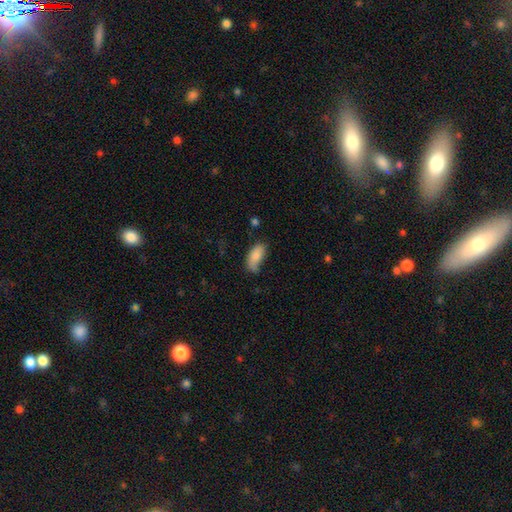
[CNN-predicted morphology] smooth-or-featured: smooth: 83% | featured or disk: 10% | star or artifact: 7%
  how-rounded: in between: 89% | cigar-shaped: 8% | round: 3%
  merging: none: 48% | minor disturbance: 35% | major disturbance: 13% | merger: 4%